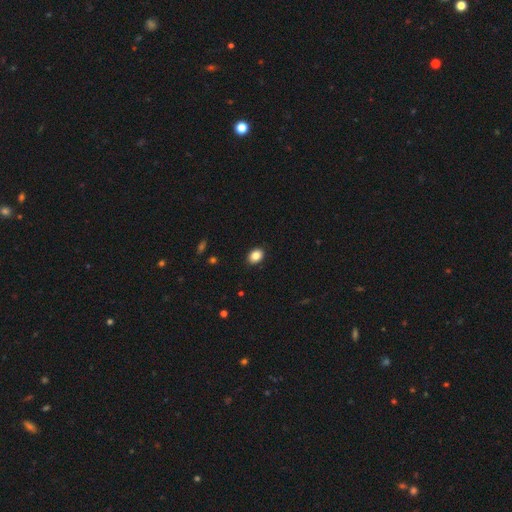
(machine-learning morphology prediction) The model was most divided on "how rounded": in between: 66%, round: 33%, cigar-shaped: 1%. More confident: merging — none (91%); smooth or featured — smooth (86%).